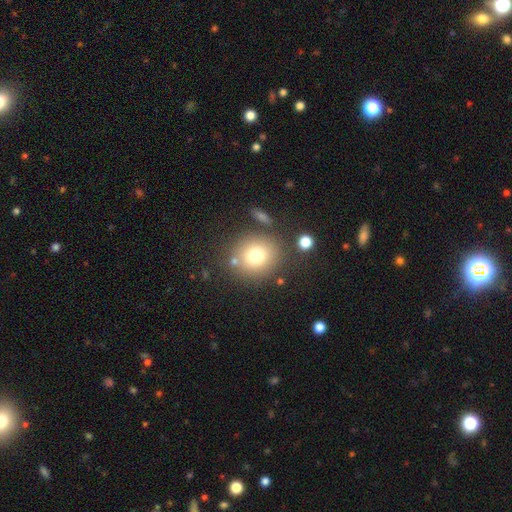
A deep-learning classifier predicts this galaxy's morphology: A smooth galaxy with no disk features (74%) that is round (83%).

Vote fractions:
- Smooth or featured? smooth: 74% / star or artifact: 13% / featured or disk: 13%
- How rounded? round: 83% / in between: 16% / cigar-shaped: 1%
- Merging? none: 76% / minor disturbance: 11% / merger: 8% / major disturbance: 5%